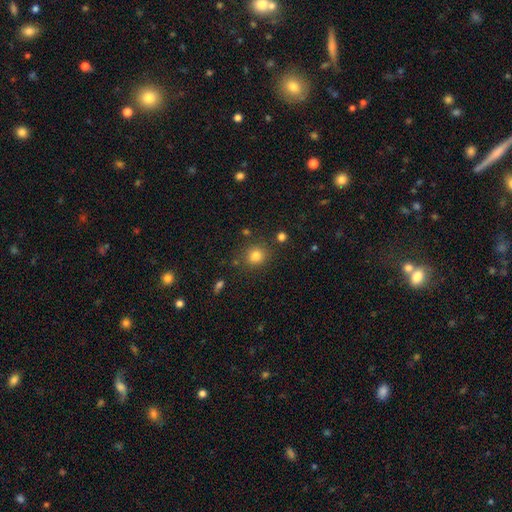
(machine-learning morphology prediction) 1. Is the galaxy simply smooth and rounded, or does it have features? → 82% smooth, 13% star or artifact, 6% featured or disk.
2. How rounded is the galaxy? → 84% round, 15% in between, 1% cigar-shaped.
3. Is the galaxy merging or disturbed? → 82% none, 9% minor disturbance, 5% merger, 4% major disturbance.